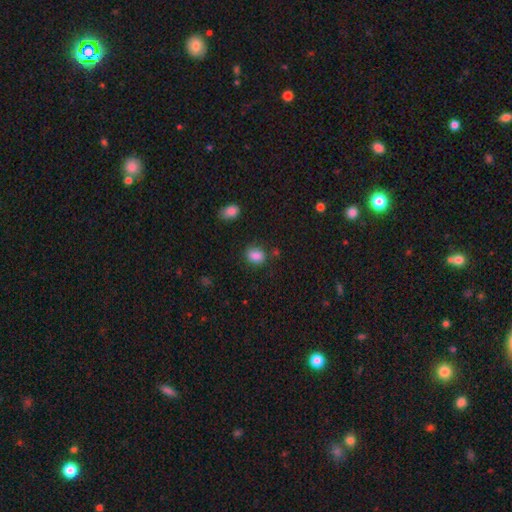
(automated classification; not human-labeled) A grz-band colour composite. It shows a smooth galaxy with no disk features (85%) that is in between round and cigar-shaped (58%). Merging: none (74%).